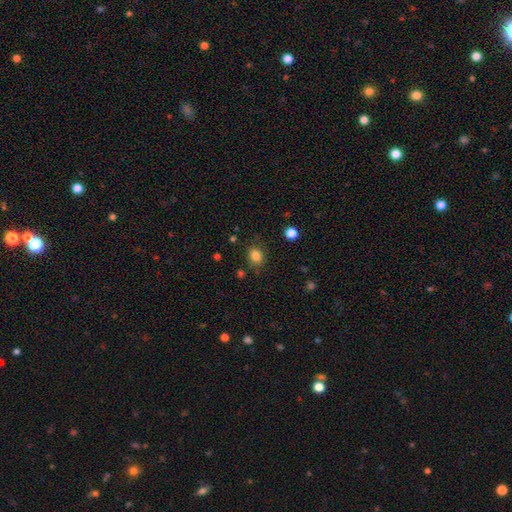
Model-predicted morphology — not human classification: smooth_or_featured: smooth (p=0.83) [alt: star or artifact p=0.12]
how_rounded: round (p=0.62) [alt: in between p=0.37]
merging: none (p=0.80) [alt: minor disturbance p=0.13]